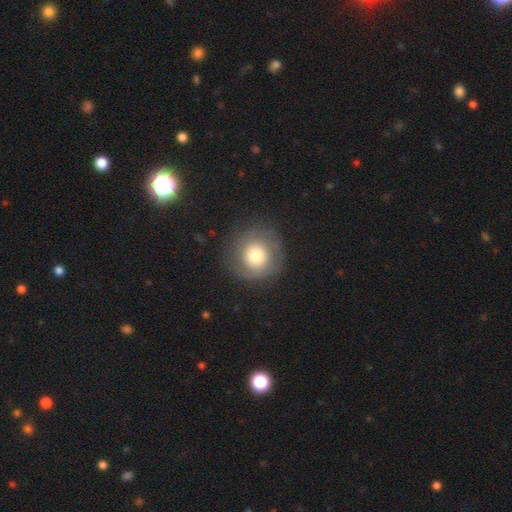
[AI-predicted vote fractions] Smooth or featured?
  - smooth: 64% *
  - featured or disk: 27%
  - star or artifact: 9%
How rounded?
  - round: 92% *
  - in between: 7%
  - cigar-shaped: 1%
Merging?
  - none: 78% *
  - minor disturbance: 13%
  - major disturbance: 8%
  - merger: 1%